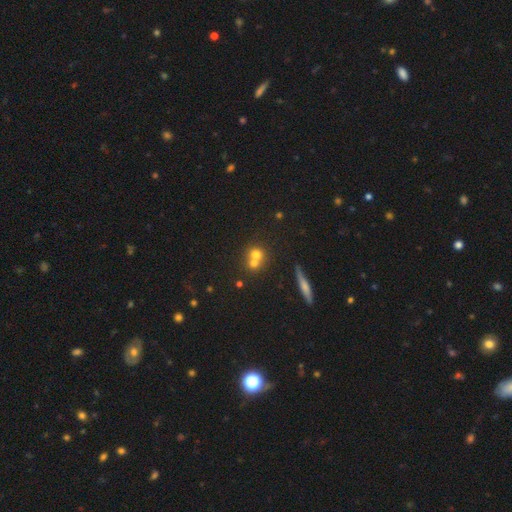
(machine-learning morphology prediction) Smooth or featured? Predicted: smooth (p=0.62). How rounded? Predicted: round (p=0.83). Merging? Predicted: merger (p=0.52).